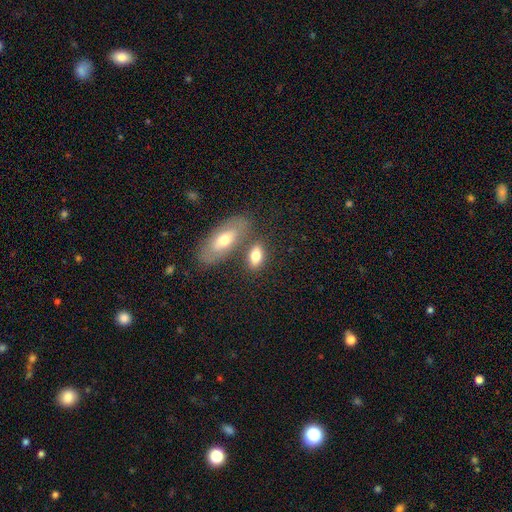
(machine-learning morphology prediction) Overall: smooth (73%). How rounded: in between (84%). Merging: none (59%; merger 24%).